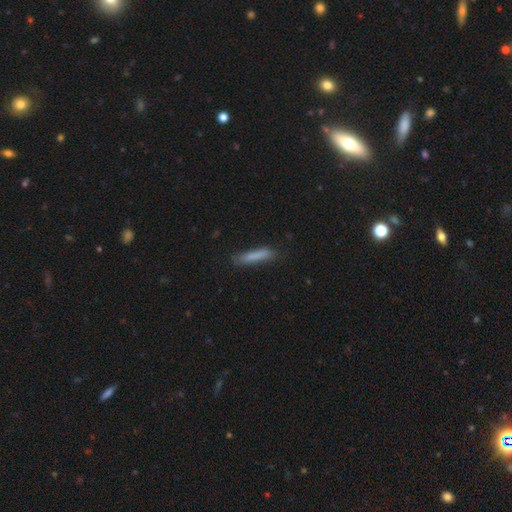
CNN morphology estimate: Smooth or featured?
  - smooth: 80% *
  - featured or disk: 13%
  - star or artifact: 7%
How rounded?
  - cigar-shaped: 89% *
  - in between: 10%
  - round: 1%
Merging?
  - none: 82% *
  - minor disturbance: 14%
  - major disturbance: 3%
  - merger: 1%